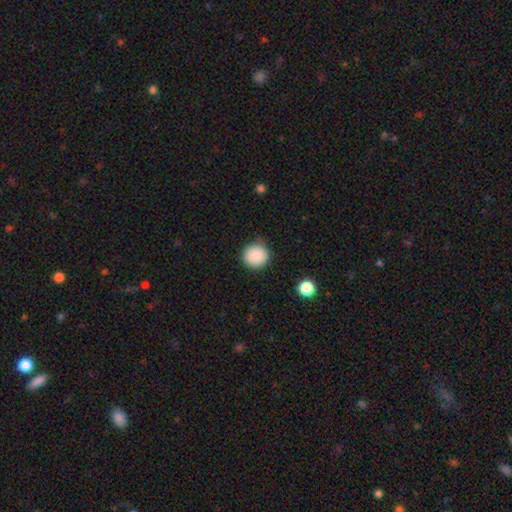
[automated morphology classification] smooth_or_featured: smooth (p=0.86) [alt: star or artifact p=0.09]
how_rounded: round (p=0.94) [alt: in between p=0.05]
merging: none (p=0.82) [alt: minor disturbance p=0.13]